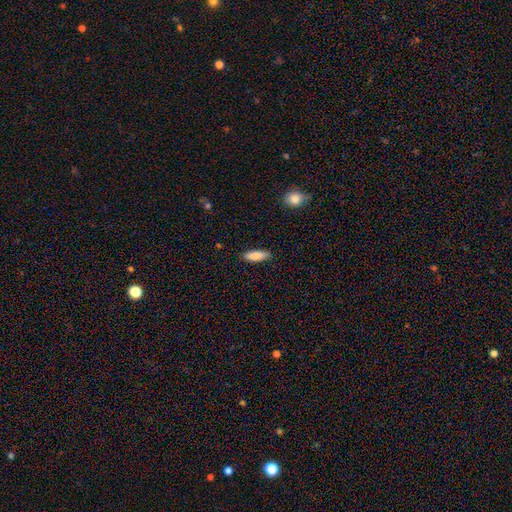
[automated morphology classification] smooth 85%, featured or disk 9%, star or artifact 6%. Down the decision tree: how rounded — in between (53%); merging — none (88%).